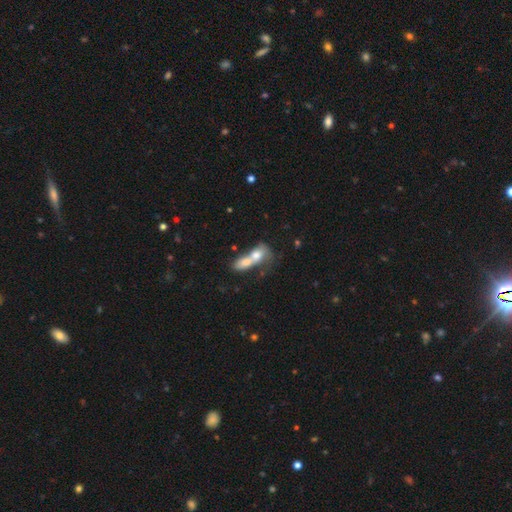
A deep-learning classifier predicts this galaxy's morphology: smooth_or_featured: smooth (p=0.64) [alt: featured or disk p=0.27]
how_rounded: in between (p=0.69) [alt: round p=0.16]
merging: merger (p=0.77) [alt: none p=0.12]